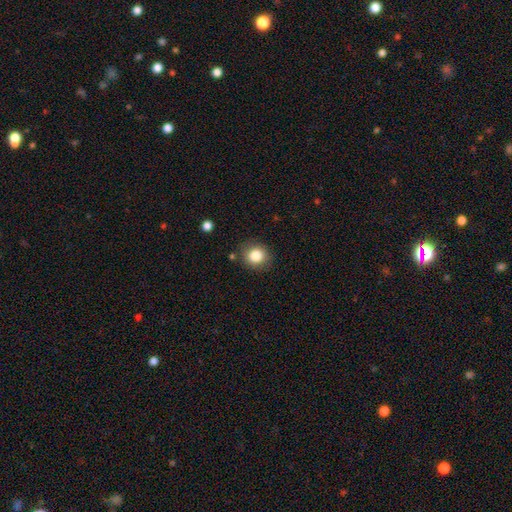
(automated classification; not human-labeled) This is clearly a smooth galaxy (83%). How rounded: clearly round (83%). Merging: clearly none (84%).